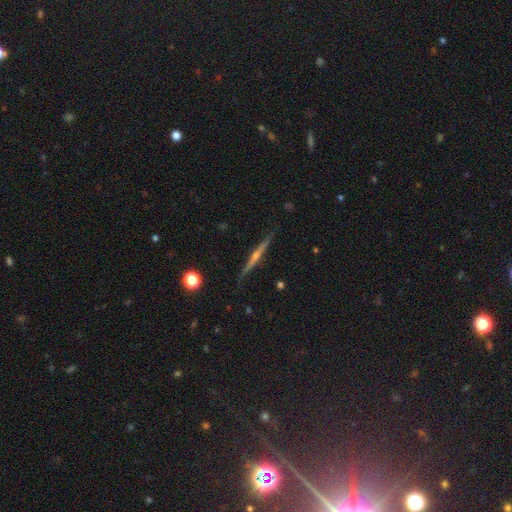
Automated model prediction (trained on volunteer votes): Smooth or featured: featured or disk — 82% (smooth — 11%)
Edge-on disk: yes — 98% (no — 2%)
Edge-on bulge: rounded — 85% (none — 10%)
Merging: none — 91% (minor disturbance — 6%)